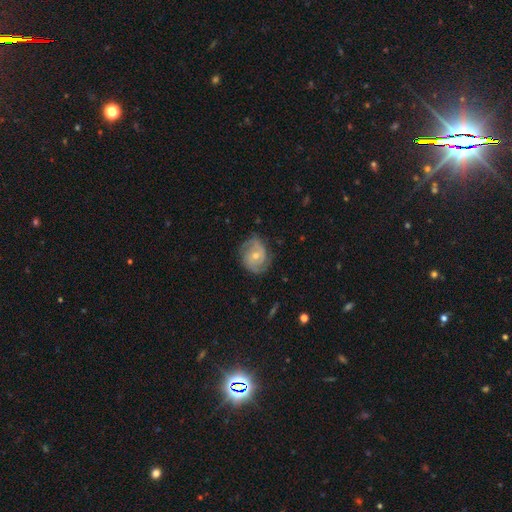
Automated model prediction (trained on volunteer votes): The model was most divided on "spiral winding": tight: 43%, medium: 41%, loose: 15%. Remaining: edge-on disk — no (97%); spiral arms — yes (92%); smooth or featured — featured or disk (76%); merging — none (72%); spiral arm count — 2 (71%); bar — no (70%); bulge size — small (50%).